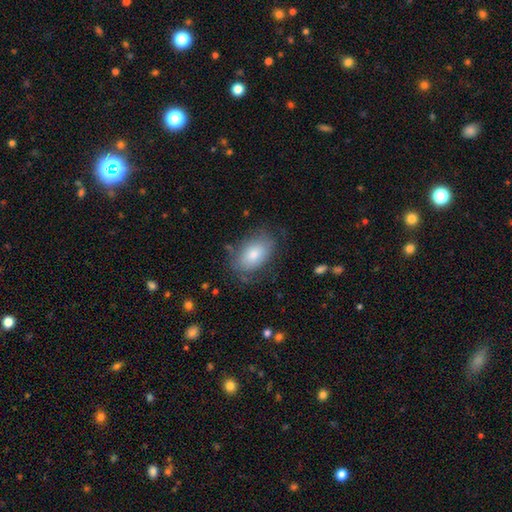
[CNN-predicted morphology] Smooth or featured?
  - smooth: 67% *
  - featured or disk: 23%
  - star or artifact: 10%
How rounded?
  - in between: 88% *
  - round: 11%
  - cigar-shaped: 1%
Merging?
  - none: 73% *
  - minor disturbance: 19%
  - major disturbance: 7%
  - merger: 1%